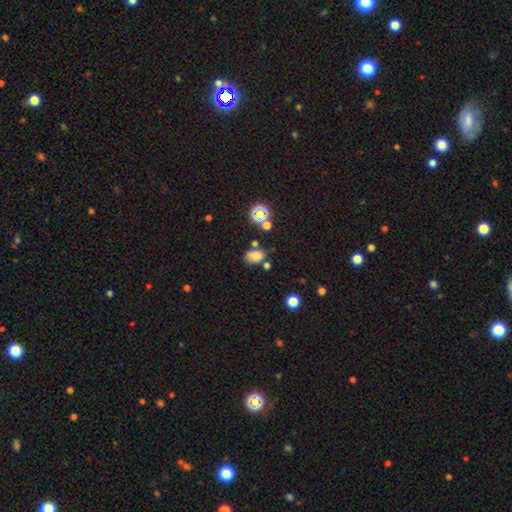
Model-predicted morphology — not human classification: Smooth or featured? smooth (73%)
How rounded? in between (79%)
Merging? none (59%)